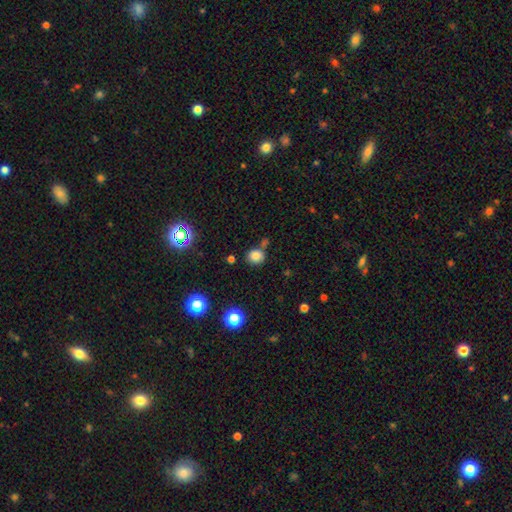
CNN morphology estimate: A smooth galaxy with no disk features (80%) that is round (76%).

Vote fractions:
- Smooth or featured? smooth: 80% / star or artifact: 14% / featured or disk: 5%
- How rounded? round: 76% / in between: 23% / cigar-shaped: 1%
- Merging? none: 71% / merger: 14% / minor disturbance: 12% / major disturbance: 4%